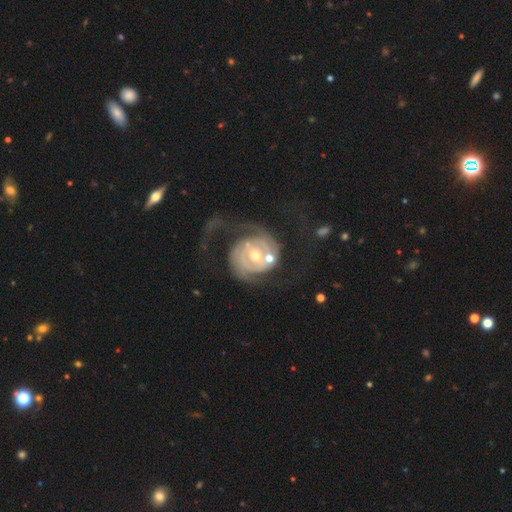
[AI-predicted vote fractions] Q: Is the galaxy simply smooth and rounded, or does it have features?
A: featured or disk — 86%.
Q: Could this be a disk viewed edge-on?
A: no — 97%.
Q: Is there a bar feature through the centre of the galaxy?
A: no — 58%.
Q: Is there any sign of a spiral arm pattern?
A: yes — 93%.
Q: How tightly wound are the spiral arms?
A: tight — 46%.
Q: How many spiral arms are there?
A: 2 — 64%.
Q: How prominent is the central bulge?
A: moderate — 52%.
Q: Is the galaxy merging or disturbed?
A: none — 41%.